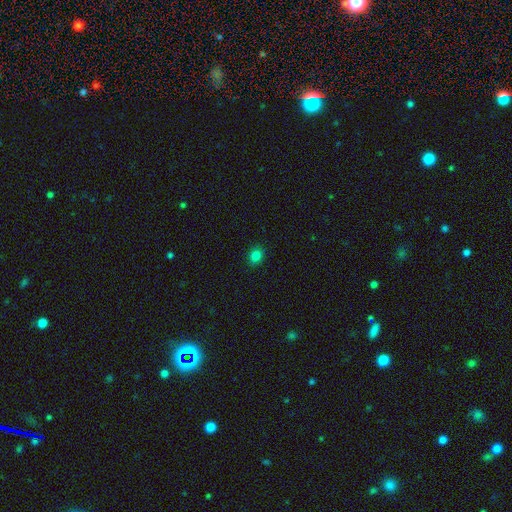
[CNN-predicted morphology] Q: Smooth or featured?
A: smooth (82%); runner-up: star or artifact (14%)
Q: How rounded?
A: round (60%); runner-up: in between (39%)
Q: Merging?
A: none (89%); runner-up: minor disturbance (8%)